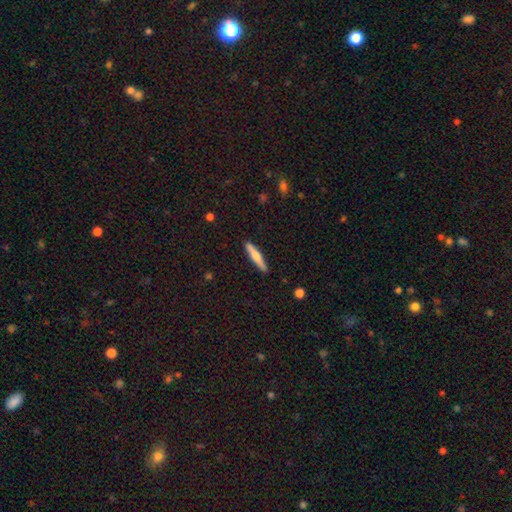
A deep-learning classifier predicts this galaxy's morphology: smooth-or-featured: smooth: 59% | featured or disk: 36% | star or artifact: 6%
  how-rounded: cigar-shaped: 91% | in between: 8% | round: 2%
  merging: none: 89% | minor disturbance: 8% | major disturbance: 2% | merger: 1%